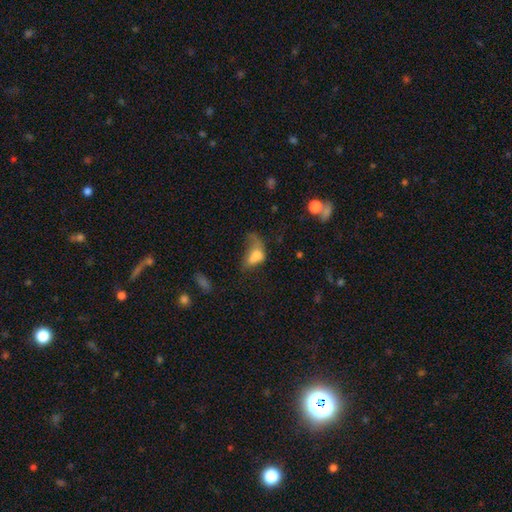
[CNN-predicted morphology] Q: Smooth or featured?
A: smooth (65%); runner-up: featured or disk (23%)
Q: How rounded?
A: in between (85%); runner-up: round (10%)
Q: Merging?
A: major disturbance (51%); runner-up: minor disturbance (20%)